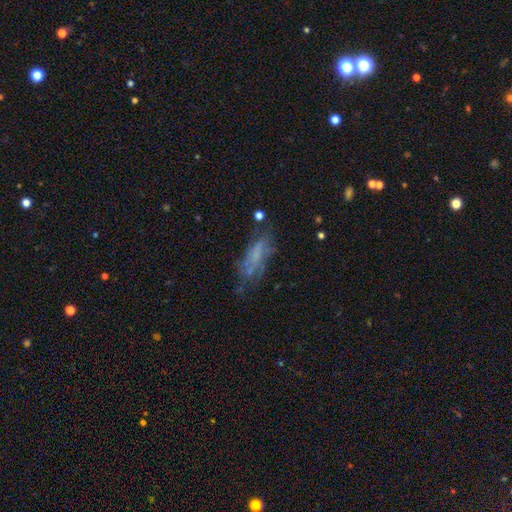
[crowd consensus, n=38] Volunteers were most divided on "smooth or featured" (2-way tie): smooth: 47%, featured or disk: 47%, star or artifact: 5%. More confident: how rounded — in between (72%); merging — none (50%).